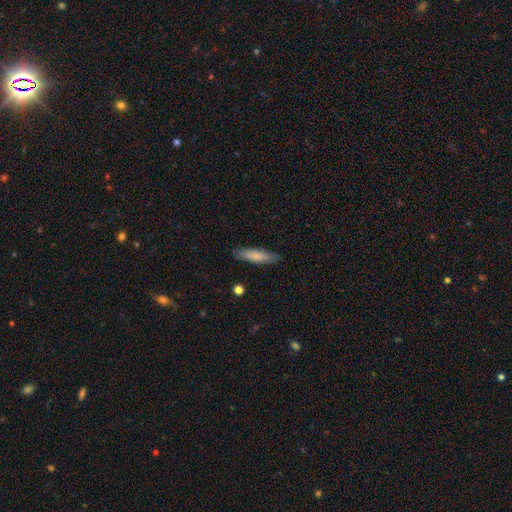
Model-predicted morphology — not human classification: Overall: smooth (77%). How rounded: cigar-shaped (74%). Merging: none (87%).